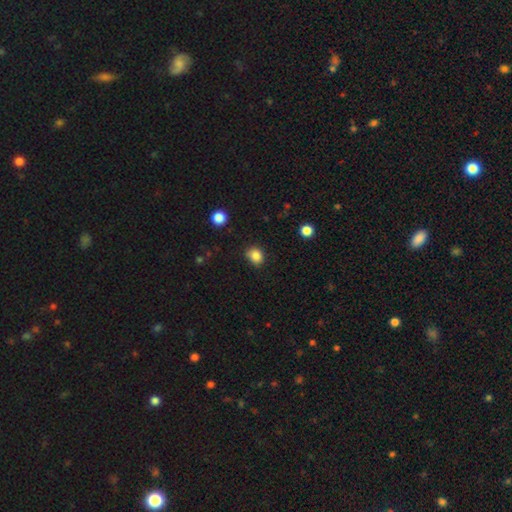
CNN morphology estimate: This is clearly a smooth galaxy (85%). How rounded: likely round (64%). Merging: likely none (78%).